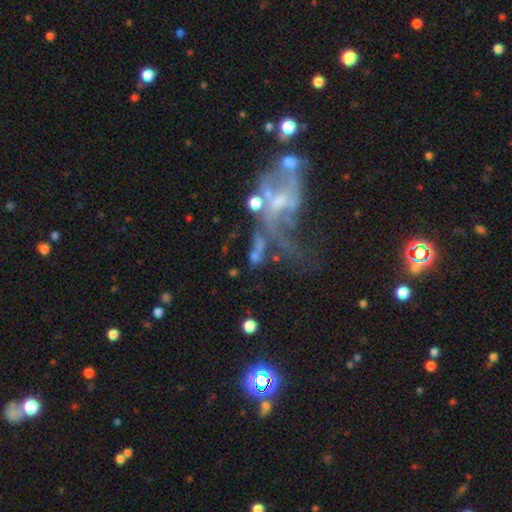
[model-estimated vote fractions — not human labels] The model was most divided on "smooth or featured": featured or disk: 43%, smooth: 37%, star or artifact: 20%. Remaining: merging — none (35%).